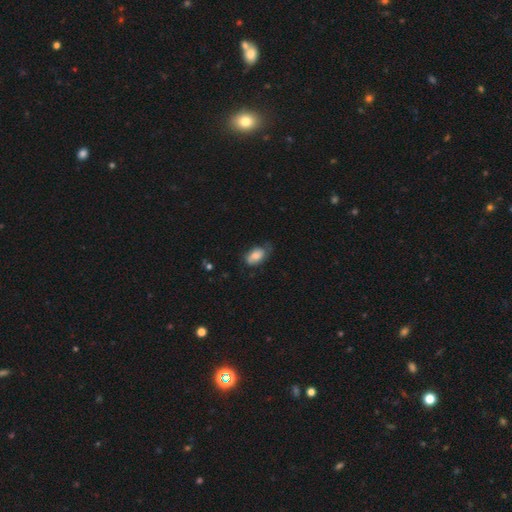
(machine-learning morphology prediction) Smooth or featured: smooth — 71% (featured or disk — 22%)
How rounded: in between — 91% (round — 7%)
Merging: none — 53% (minor disturbance — 33%)